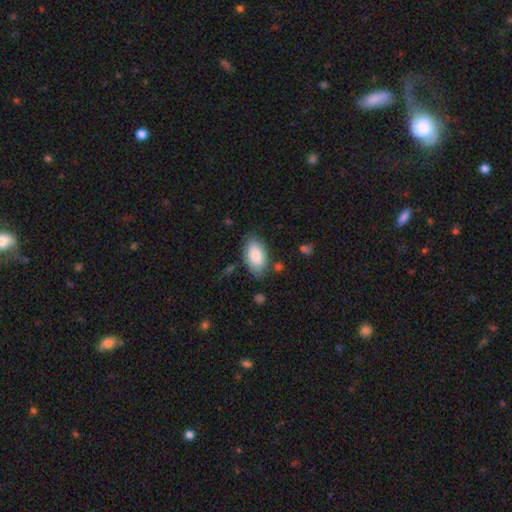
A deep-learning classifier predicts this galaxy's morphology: Q: Smooth or featured?
A: smooth (86%); runner-up: featured or disk (8%)
Q: How rounded?
A: in between (94%); runner-up: round (3%)
Q: Merging?
A: none (79%); runner-up: minor disturbance (15%)